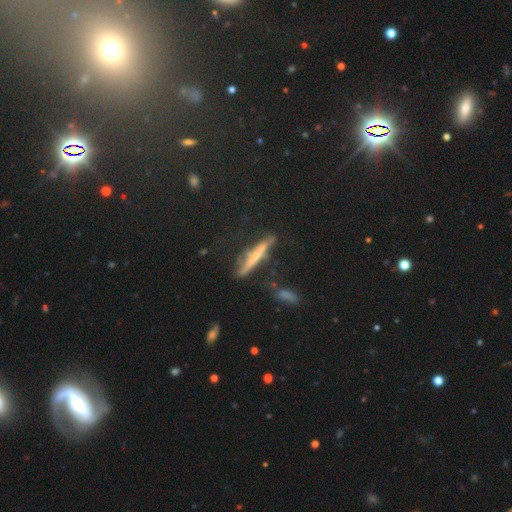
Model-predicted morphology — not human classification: This appears to be a featured or disk galaxy (48%). Merging: none (67%).